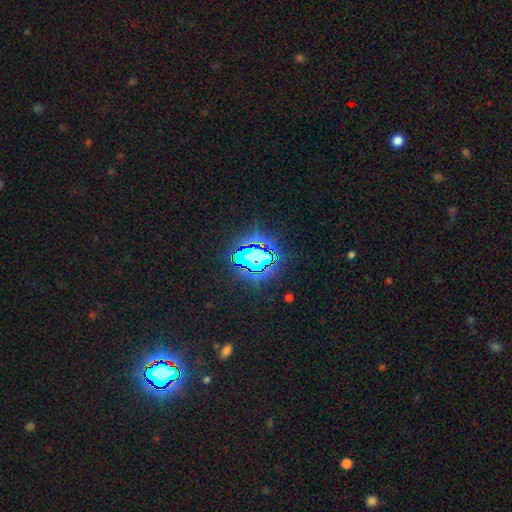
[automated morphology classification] smooth-or-featured: star or artifact: 62% | smooth: 24% | featured or disk: 14%